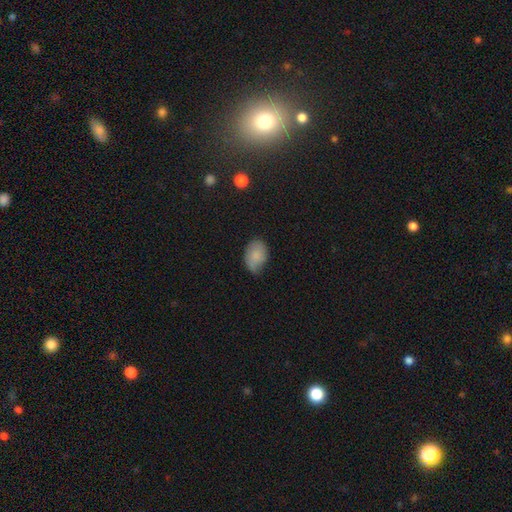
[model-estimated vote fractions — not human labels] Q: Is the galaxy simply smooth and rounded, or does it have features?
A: smooth — 78%.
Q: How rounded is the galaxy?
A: in between — 81%.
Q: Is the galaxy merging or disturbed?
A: none — 47%.